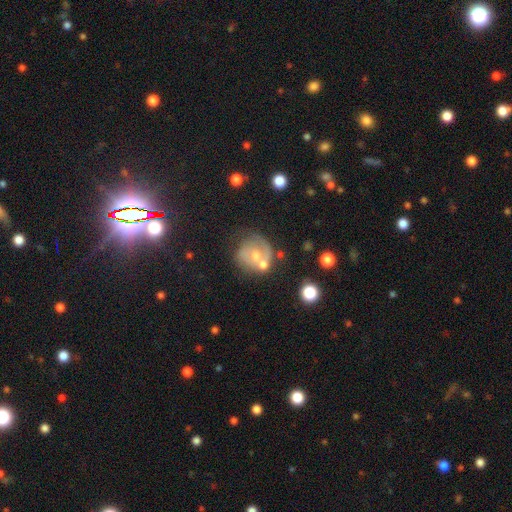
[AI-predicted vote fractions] Overall: featured or disk (52%; smooth 38%). Edge-on disk: no (97%). Bar: no (69%). Spiral arms: yes (52%; no 48%). Bulge size: moderate (55%; small 31%). Merging: none (44%; merger 22%).